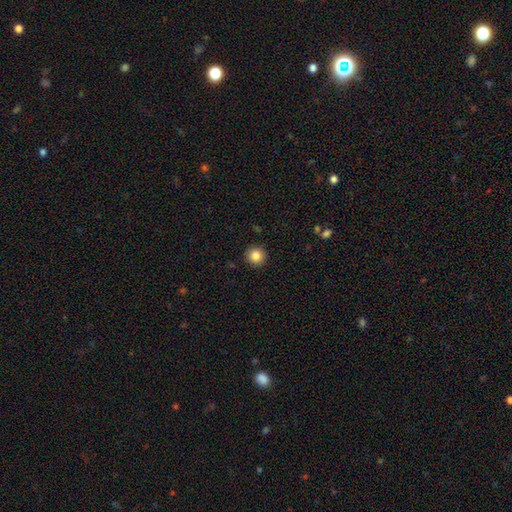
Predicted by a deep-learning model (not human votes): Overall: smooth (85%). How rounded: round (94%). Merging: none (92%).